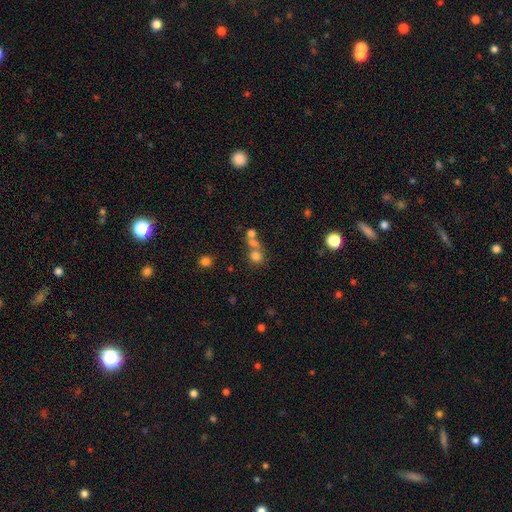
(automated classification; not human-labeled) Q: Smooth or featured?
A: smooth (72%); runner-up: star or artifact (16%)
Q: How rounded?
A: round (77%); runner-up: in between (22%)
Q: Merging?
A: merger (48%); runner-up: none (39%)